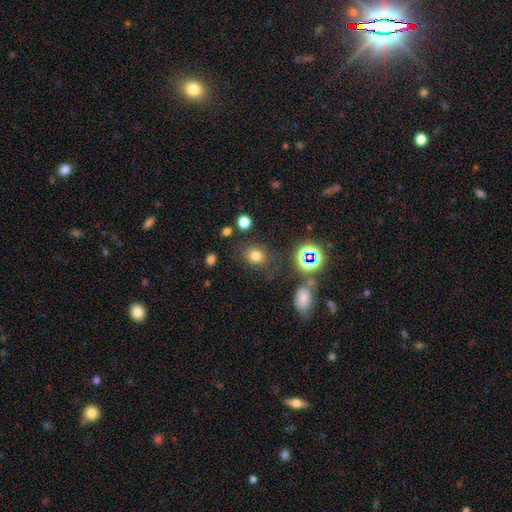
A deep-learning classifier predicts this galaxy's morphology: Overall: smooth (73%). How rounded: round (60%; in between 39%). Merging: none (78%).